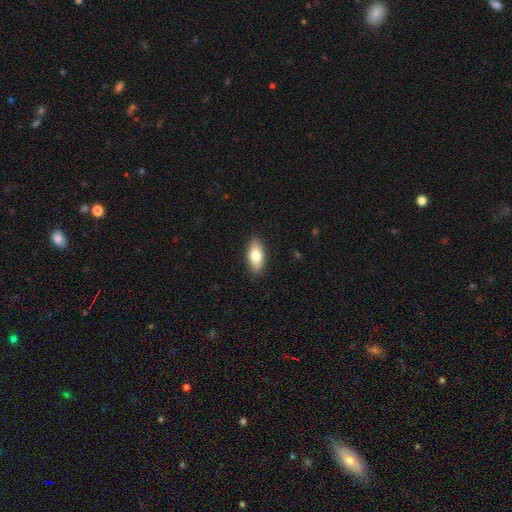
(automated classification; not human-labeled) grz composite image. It shows a smooth galaxy with no disk features (78%) that is in between round and cigar-shaped (87%). Merging: none (89%).